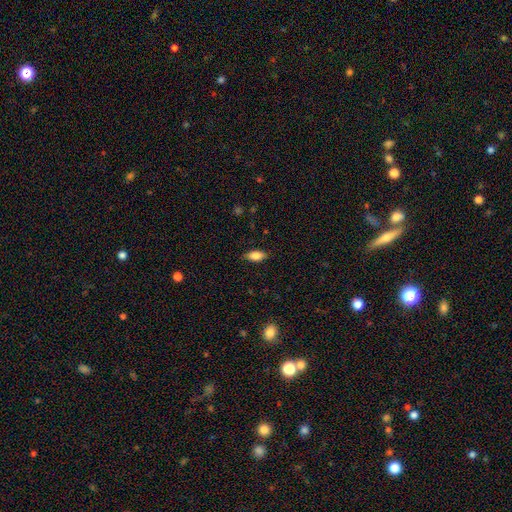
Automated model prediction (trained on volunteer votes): Smooth or featured: smooth — 84% (featured or disk — 9%)
How rounded: in between — 89% (cigar-shaped — 8%)
Merging: none — 85% (minor disturbance — 11%)